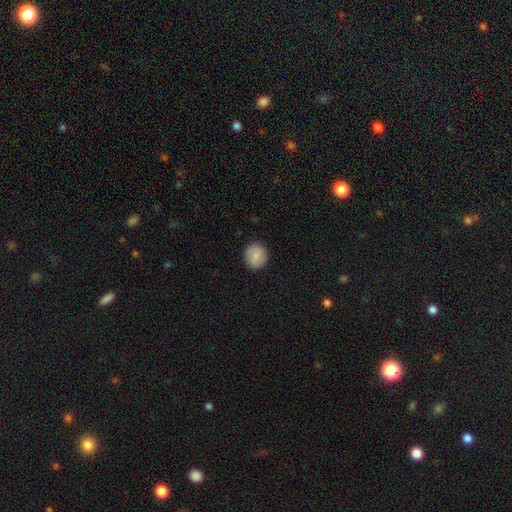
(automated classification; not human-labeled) Smooth or featured?
  - smooth: 81% *
  - featured or disk: 12%
  - star or artifact: 7%
How rounded?
  - round: 89% *
  - in between: 11%
  - cigar-shaped: 1%
Merging?
  - none: 90% *
  - minor disturbance: 7%
  - major disturbance: 2%
  - merger: 1%